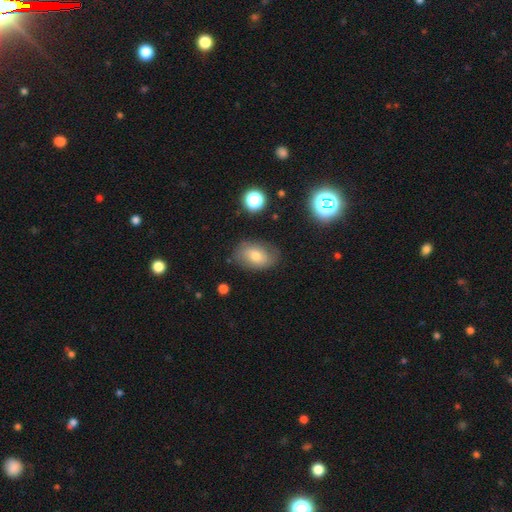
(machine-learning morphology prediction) smooth_or_featured: smooth (p=0.62) [alt: featured or disk p=0.26]
how_rounded: in between (p=0.83) [alt: round p=0.15]
merging: none (p=0.75) [alt: minor disturbance p=0.17]